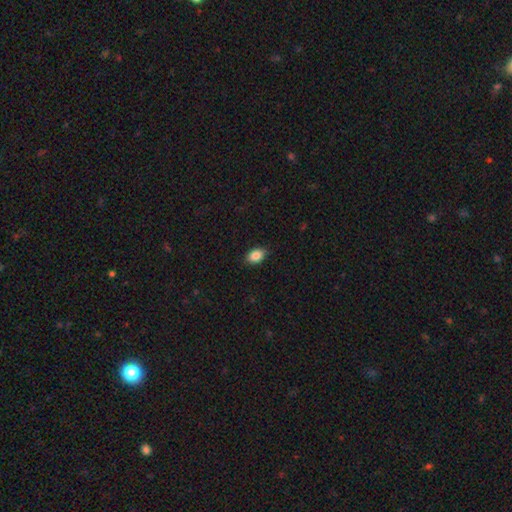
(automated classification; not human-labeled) The model was most divided on "how rounded": in between: 83%, round: 15%, cigar-shaped: 1%. More confident: merging — none (89%); smooth or featured — smooth (87%).